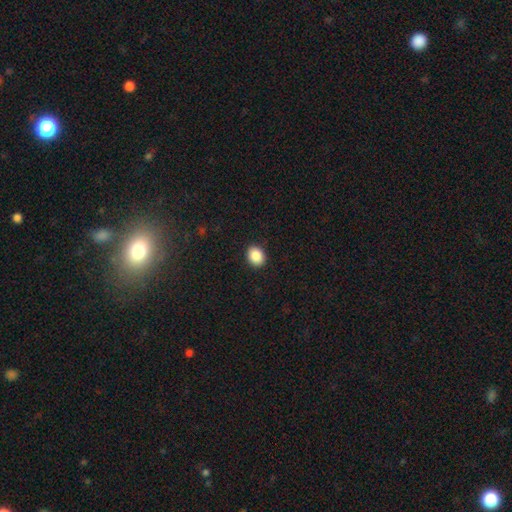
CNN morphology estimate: smooth_or_featured: smooth (p=0.88) [alt: star or artifact p=0.08]
how_rounded: round (p=0.53) [alt: in between p=0.46]
merging: none (p=0.91) [alt: minor disturbance p=0.06]